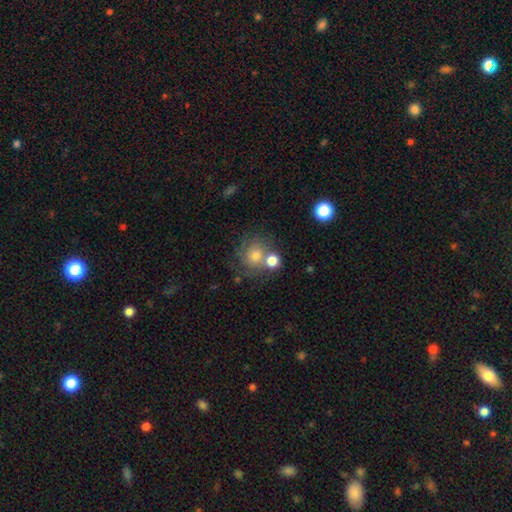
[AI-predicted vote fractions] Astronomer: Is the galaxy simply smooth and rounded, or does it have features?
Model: smooth — 65%.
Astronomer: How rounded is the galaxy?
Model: round — 86%.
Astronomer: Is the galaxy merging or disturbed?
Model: none — 58%.